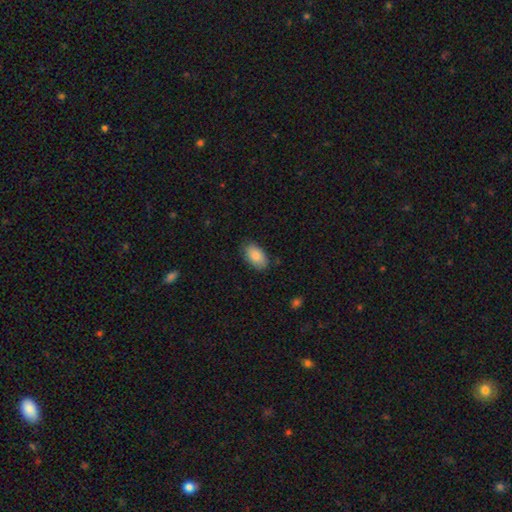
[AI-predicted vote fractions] Overall: smooth (86%). How rounded: in between (94%). Merging: none (82%).